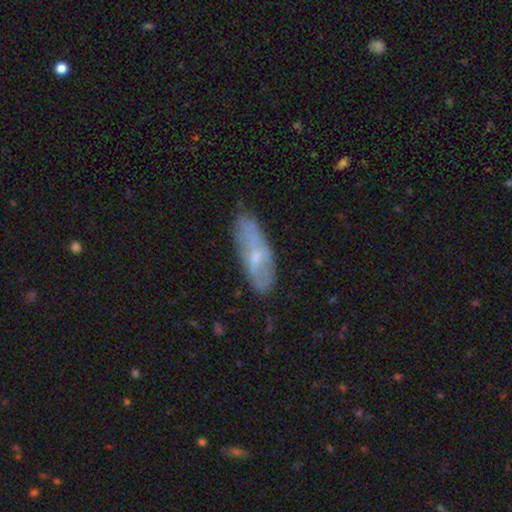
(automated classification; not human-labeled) Overall: smooth (48%; featured or disk 45%). Merging: none (67%).